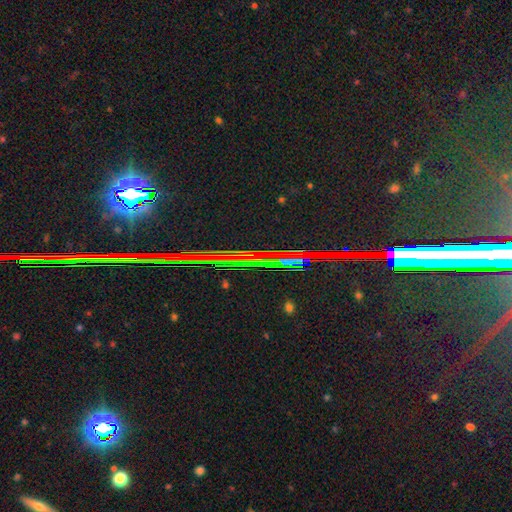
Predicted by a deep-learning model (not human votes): Smooth or featured? star or artifact (84%)